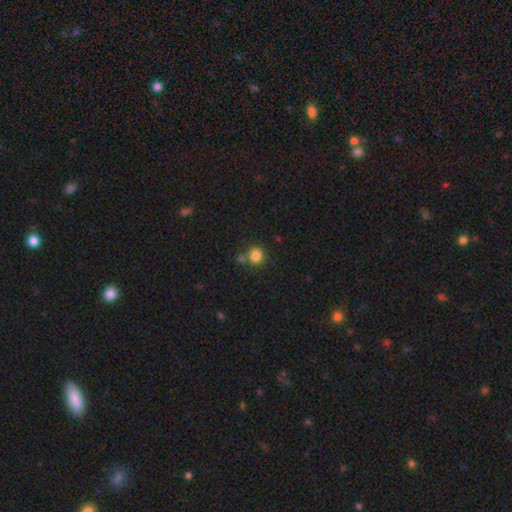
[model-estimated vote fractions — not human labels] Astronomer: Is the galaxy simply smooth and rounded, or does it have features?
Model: smooth — 83%.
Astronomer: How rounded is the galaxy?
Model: round — 81%.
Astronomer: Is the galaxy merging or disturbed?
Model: none — 69%.